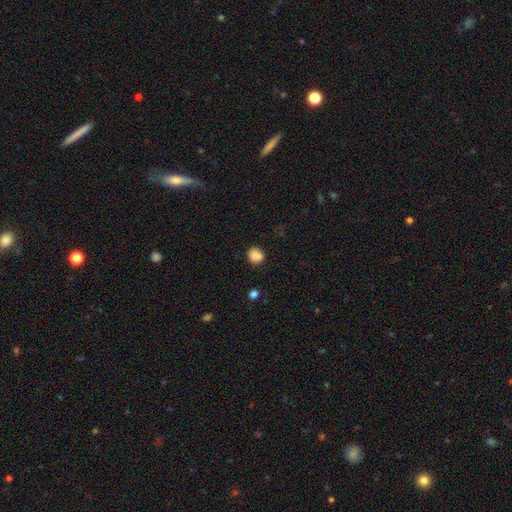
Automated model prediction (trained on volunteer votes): Overall: smooth (84%). How rounded: round (66%; in between 33%). Merging: none (68%).